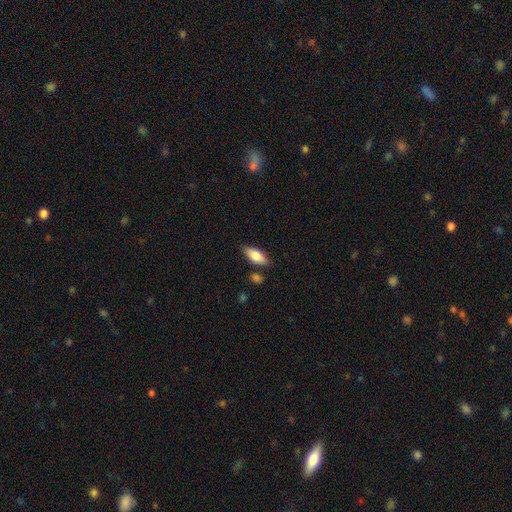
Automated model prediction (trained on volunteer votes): smooth-or-featured: smooth: 80% | featured or disk: 14% | star or artifact: 6%
  how-rounded: in between: 80% | cigar-shaped: 17% | round: 2%
  merging: none: 78% | minor disturbance: 15% | merger: 4% | major disturbance: 3%